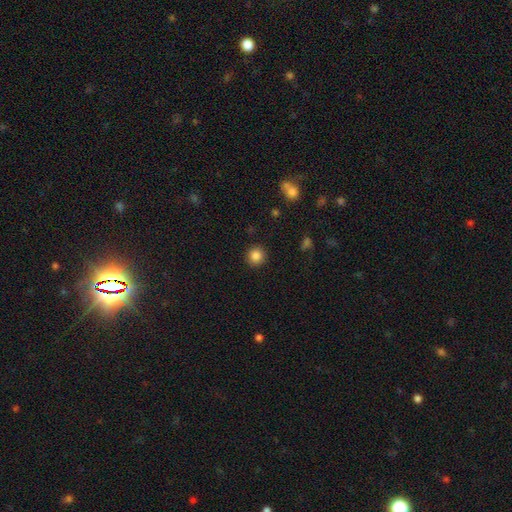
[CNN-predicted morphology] smooth 85%, star or artifact 11%, featured or disk 4%. Down the decision tree: how rounded — round (93%); merging — none (91%).